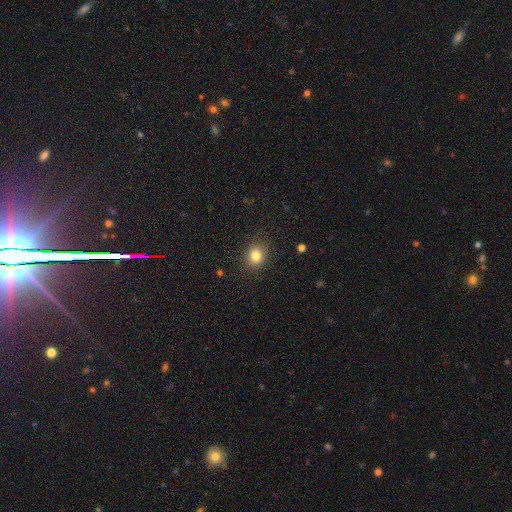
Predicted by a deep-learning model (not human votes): Overall: smooth (82%). How rounded: round (61%; in between 38%). Merging: none (87%).